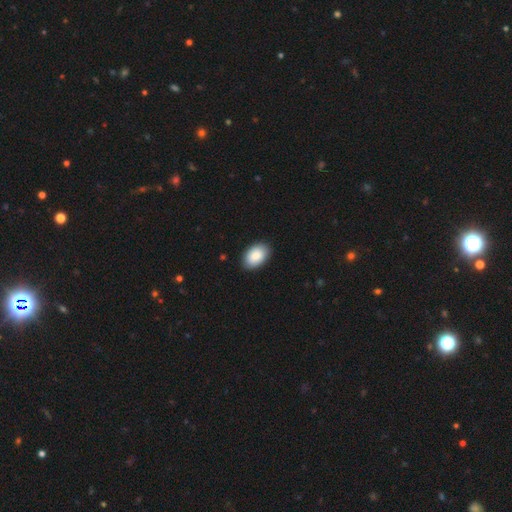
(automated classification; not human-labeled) This is clearly a smooth galaxy (88%). How rounded: clearly in between (91%). Merging: clearly none (87%).